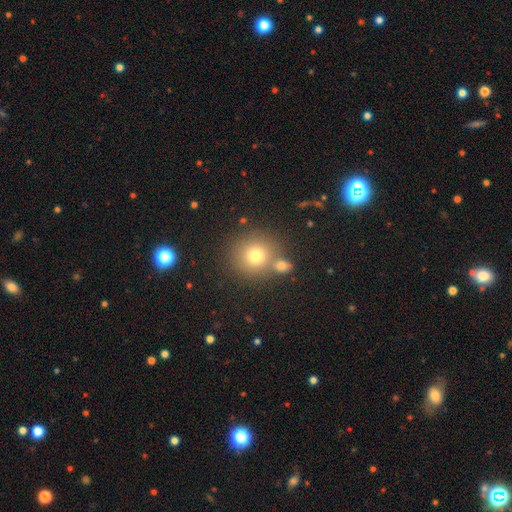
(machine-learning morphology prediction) smooth 74%, star or artifact 14%, featured or disk 12%. Down the decision tree: how rounded — round (90%); merging — none (66%).